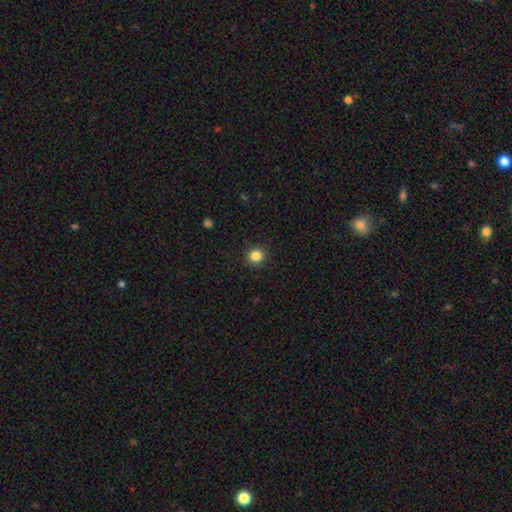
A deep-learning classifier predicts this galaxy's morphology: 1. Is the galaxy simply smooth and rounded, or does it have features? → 84% smooth, 11% star or artifact, 4% featured or disk.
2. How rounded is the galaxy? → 91% round, 9% in between, 1% cigar-shaped.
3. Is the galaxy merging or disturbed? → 90% none, 7% minor disturbance, 2% major disturbance, 1% merger.